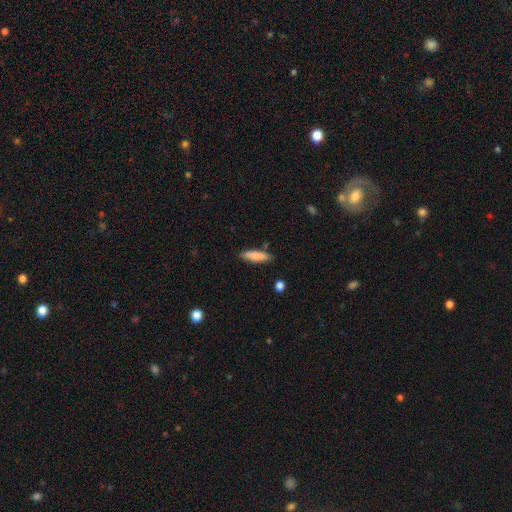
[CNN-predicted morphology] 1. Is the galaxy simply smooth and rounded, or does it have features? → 81% smooth, 12% featured or disk, 6% star or artifact.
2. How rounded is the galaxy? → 59% cigar-shaped, 39% in between, 2% round.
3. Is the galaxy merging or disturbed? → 82% none, 13% minor disturbance, 3% merger, 2% major disturbance.